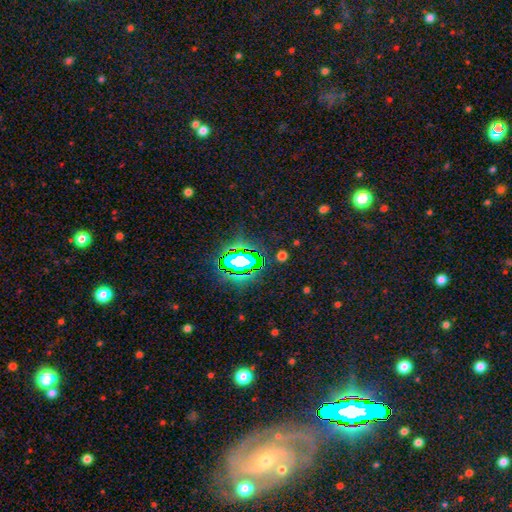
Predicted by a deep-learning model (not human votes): Overall: star or artifact (55%; featured or disk 27%).